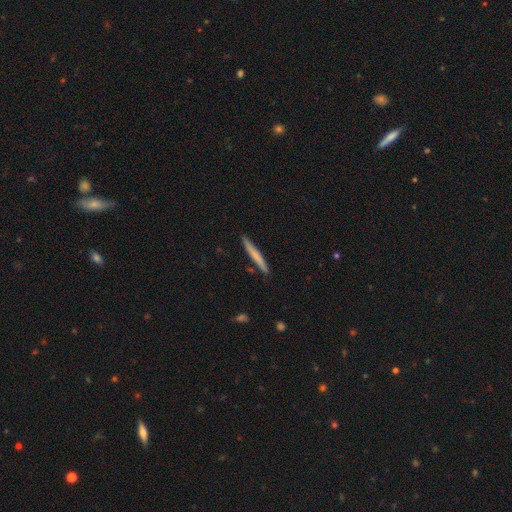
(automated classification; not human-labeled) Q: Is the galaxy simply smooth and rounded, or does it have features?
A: smooth — 63%.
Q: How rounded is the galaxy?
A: cigar-shaped — 96%.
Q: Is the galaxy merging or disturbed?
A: none — 88%.